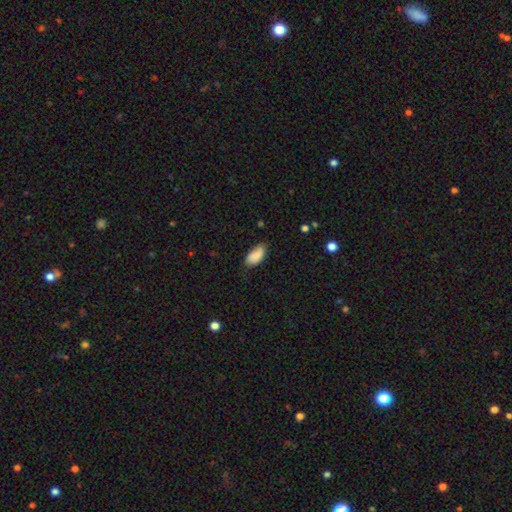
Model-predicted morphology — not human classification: Overall: smooth (86%). How rounded: in between (93%). Merging: none (63%; minor disturbance 30%).